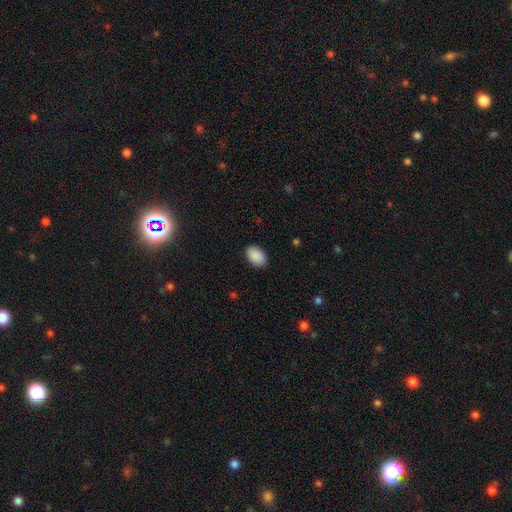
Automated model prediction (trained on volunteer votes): A smooth galaxy with no disk features (91%) that is in between round and cigar-shaped (89%). Merging: none (89%).